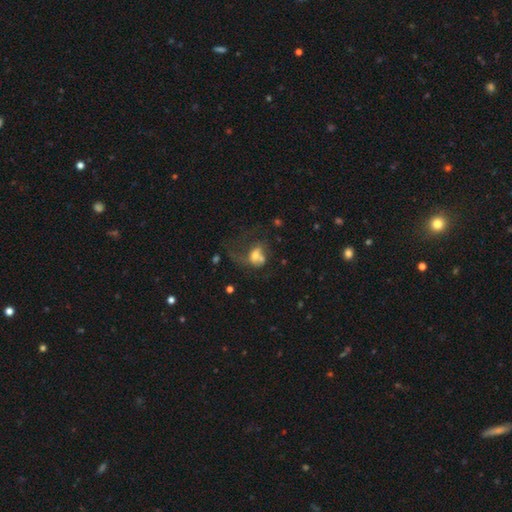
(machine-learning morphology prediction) A smooth galaxy with no disk features (49%).

Vote fractions:
- Smooth or featured? smooth: 49% / featured or disk: 39% / star or artifact: 12%
- Merging? merger: 38% / major disturbance: 34% / none: 17% / minor disturbance: 11%